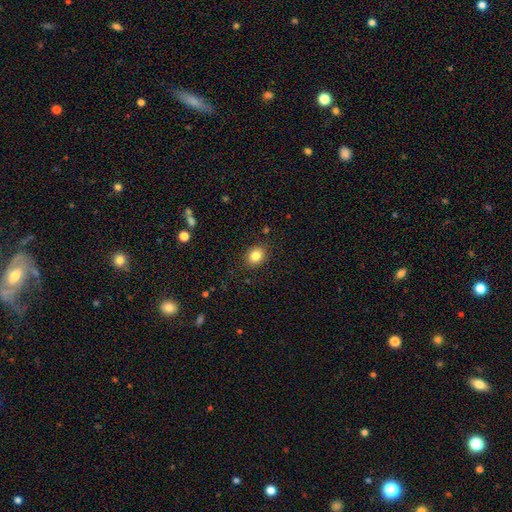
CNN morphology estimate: This appears to be a smooth galaxy with no disk features (83%) that is round (55%). Merging: none (88%).